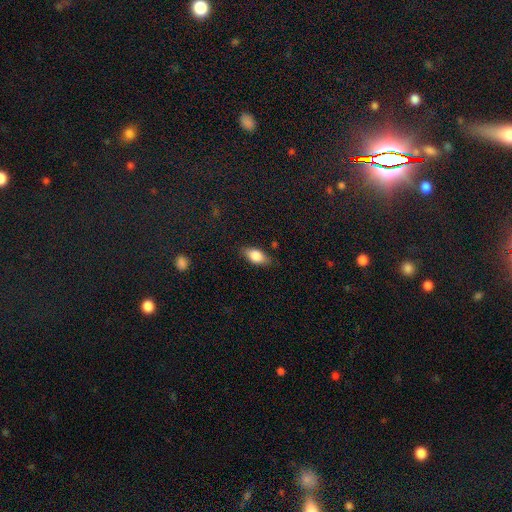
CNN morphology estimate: smooth 79%, featured or disk 13%, star or artifact 7%. Down the decision tree: how rounded — in between (87%); merging — none (81%).